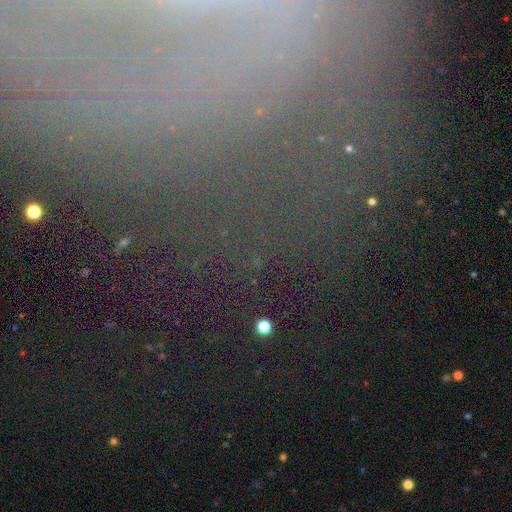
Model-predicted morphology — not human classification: Smooth or featured: star or artifact — 61% (smooth — 20%)